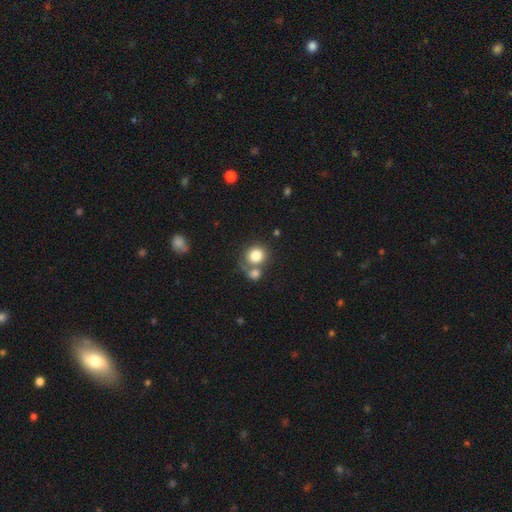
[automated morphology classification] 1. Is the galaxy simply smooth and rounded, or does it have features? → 80% smooth, 10% star or artifact, 10% featured or disk.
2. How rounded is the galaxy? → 82% round, 17% in between, 1% cigar-shaped.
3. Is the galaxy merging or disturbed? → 50% none, 36% merger, 10% minor disturbance, 5% major disturbance.